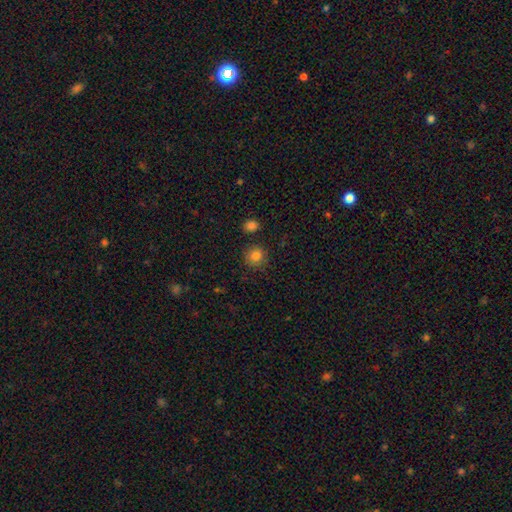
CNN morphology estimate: A smooth galaxy with no disk features (84%) that is round (91%).

Vote fractions:
- Smooth or featured? smooth: 84% / star or artifact: 11% / featured or disk: 5%
- How rounded? round: 91% / in between: 8% / cigar-shaped: 1%
- Merging? none: 86% / minor disturbance: 8% / merger: 4% / major disturbance: 3%